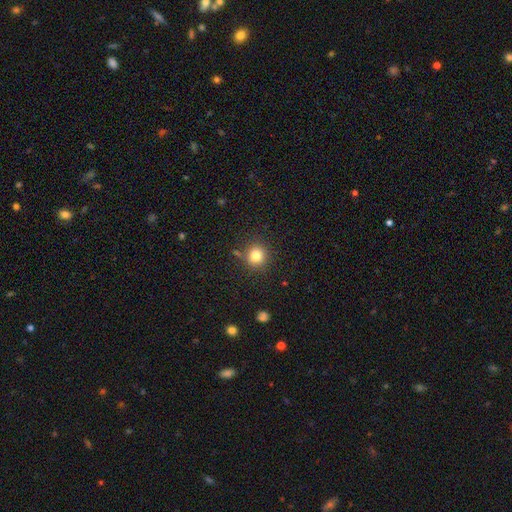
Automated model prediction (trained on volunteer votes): Morphology: type=smooth (80%); roundness=round (91%); merging=none (84%).